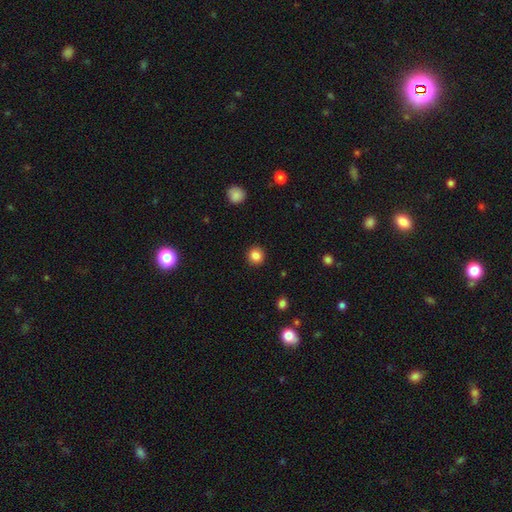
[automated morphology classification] A smooth galaxy with no disk features (85%) that is round (92%). Merging: none (92%).